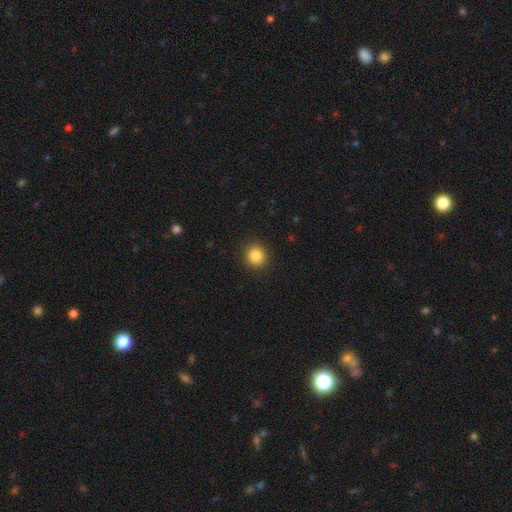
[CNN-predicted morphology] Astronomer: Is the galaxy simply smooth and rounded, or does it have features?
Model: smooth — 85%.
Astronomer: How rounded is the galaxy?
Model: round — 89%.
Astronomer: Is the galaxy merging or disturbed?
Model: none — 92%.